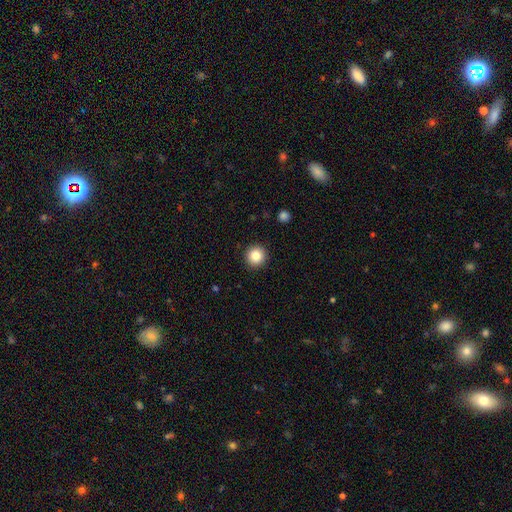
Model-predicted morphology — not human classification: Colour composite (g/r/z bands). It shows a smooth galaxy with no disk features (84%) that is round (95%). Merging: none (92%).